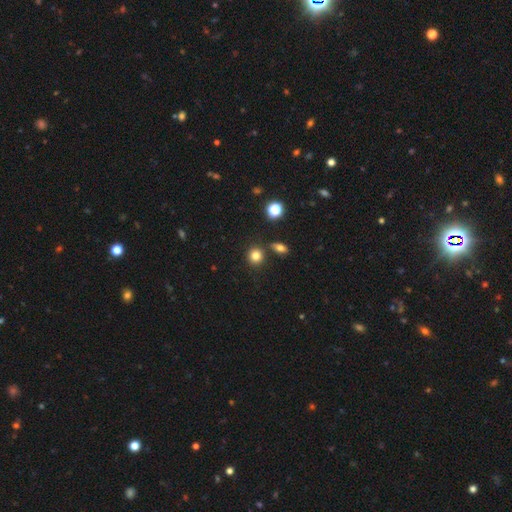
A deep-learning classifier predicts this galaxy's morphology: Q: Smooth or featured?
A: smooth (81%); runner-up: star or artifact (13%)
Q: How rounded?
A: round (84%); runner-up: in between (15%)
Q: Merging?
A: none (80%); runner-up: minor disturbance (9%)